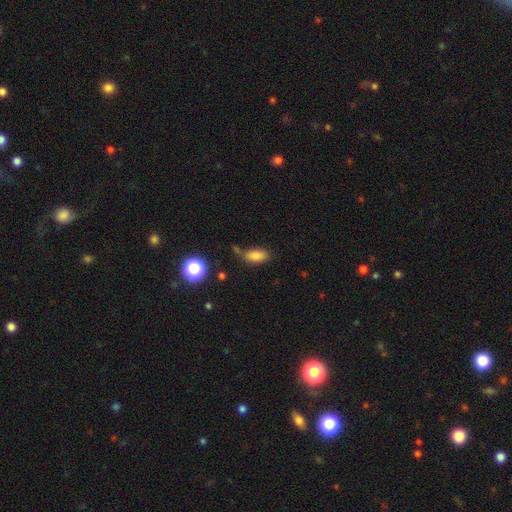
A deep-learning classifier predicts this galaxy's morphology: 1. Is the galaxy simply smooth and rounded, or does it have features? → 82% smooth, 11% star or artifact, 7% featured or disk.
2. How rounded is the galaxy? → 88% in between, 6% cigar-shaped, 6% round.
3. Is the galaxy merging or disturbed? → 64% none, 21% minor disturbance, 9% merger, 6% major disturbance.